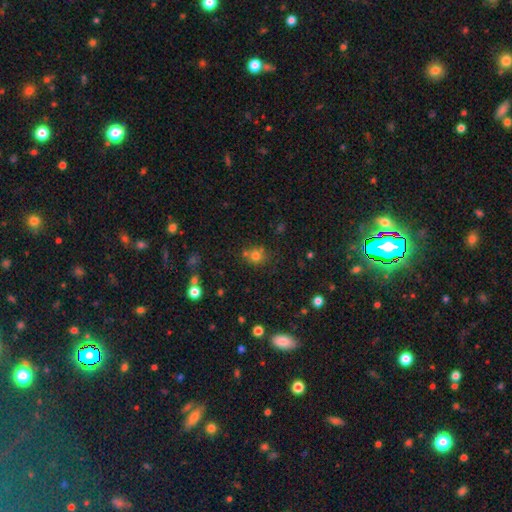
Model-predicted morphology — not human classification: This appears to be a smooth galaxy with no disk features (72%) that is round (82%). Merging: none (63%).